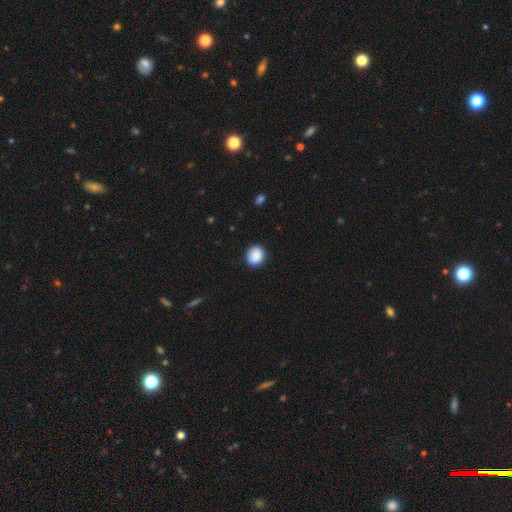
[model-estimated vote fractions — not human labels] Overall: smooth (90%). How rounded: round (72%). Merging: none (89%).